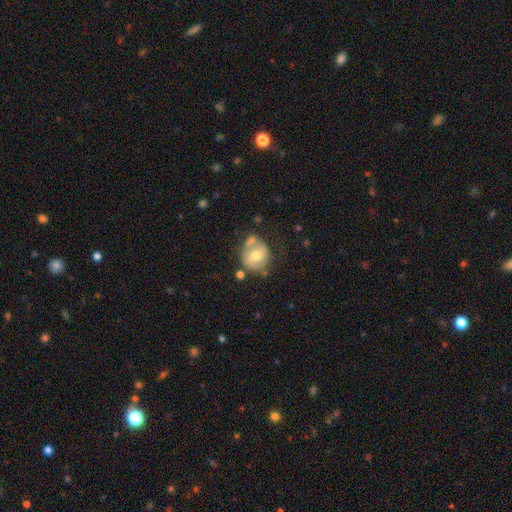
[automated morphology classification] smooth 47%, featured or disk 45%, star or artifact 7%. Down the decision tree: merging — none (48%).